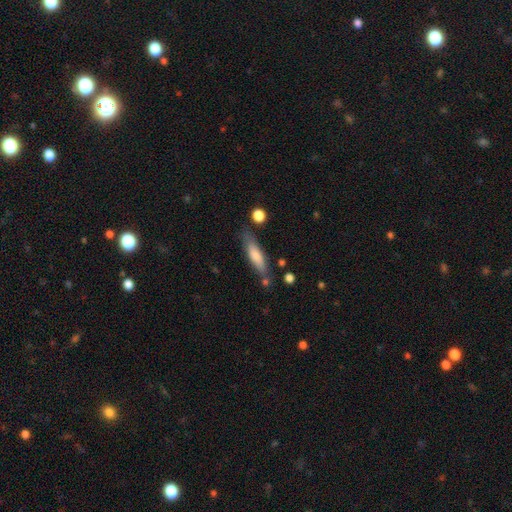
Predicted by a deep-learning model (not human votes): The model was most divided on "how rounded": cigar-shaped: 69%, in between: 29%, round: 2%. More confident: smooth or featured — smooth (73%); merging — none (72%).